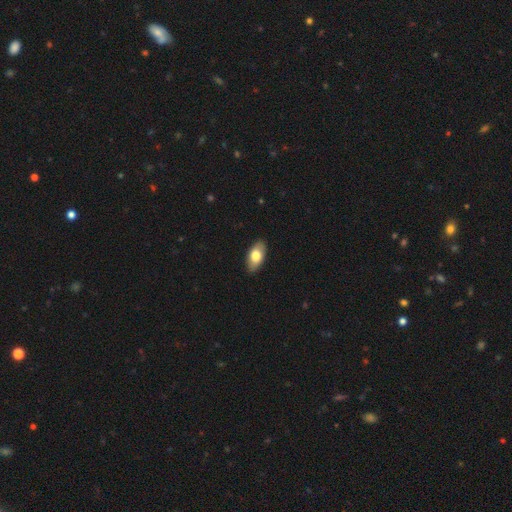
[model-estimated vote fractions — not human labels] A smooth galaxy with no disk features (75%) that is in between round and cigar-shaped (93%). Merging: none (88%).